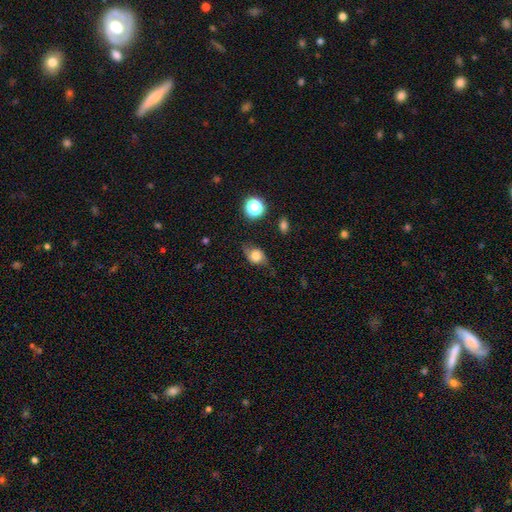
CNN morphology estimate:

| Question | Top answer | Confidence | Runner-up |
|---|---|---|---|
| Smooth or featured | smooth | 60% | featured or disk (28%) |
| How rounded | in between | 55% | round (43%) |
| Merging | none | 61% | minor disturbance (27%) |